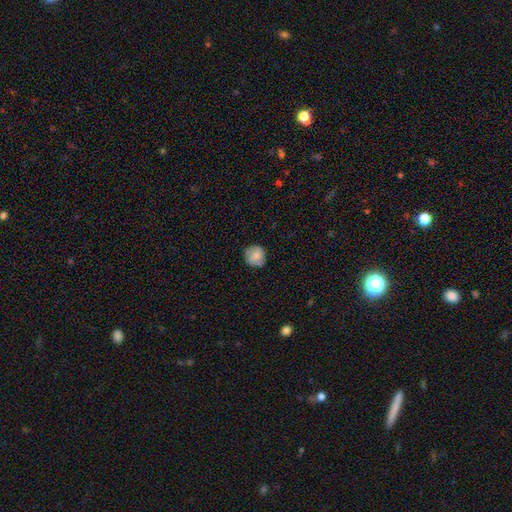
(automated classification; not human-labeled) smooth 69%, featured or disk 23%, star or artifact 8%. Down the decision tree: how rounded — round (86%); merging — none (79%).